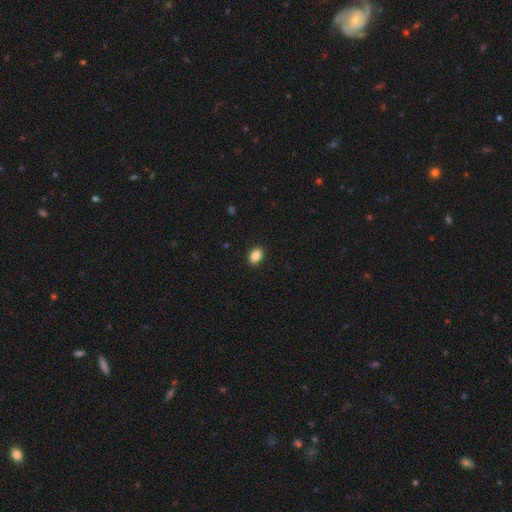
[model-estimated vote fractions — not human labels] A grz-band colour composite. It shows a smooth galaxy with no disk features (86%) that is in between round and cigar-shaped (81%). Merging: none (91%).